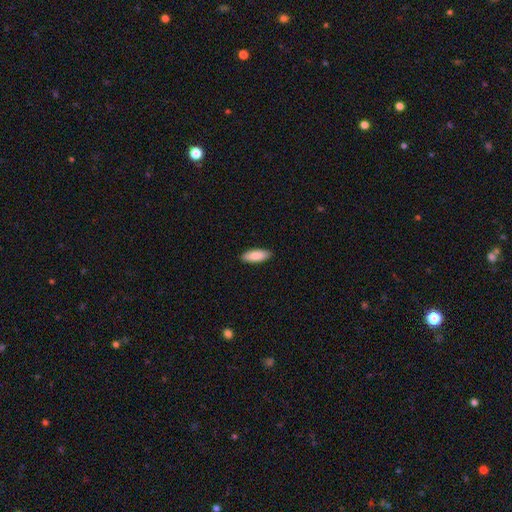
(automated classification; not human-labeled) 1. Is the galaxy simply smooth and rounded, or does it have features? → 88% smooth, 7% featured or disk, 5% star or artifact.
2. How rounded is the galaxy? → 69% in between, 30% cigar-shaped, 2% round.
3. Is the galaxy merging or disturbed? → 90% none, 7% minor disturbance, 2% major disturbance, 1% merger.